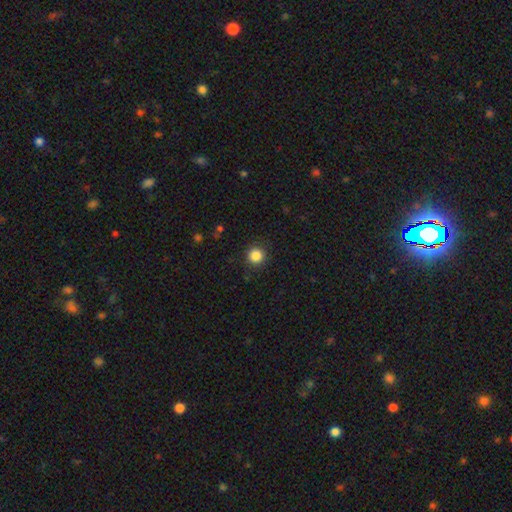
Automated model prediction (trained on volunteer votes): This is clearly a smooth galaxy (86%). How rounded: clearly round (95%). Merging: clearly none (90%).